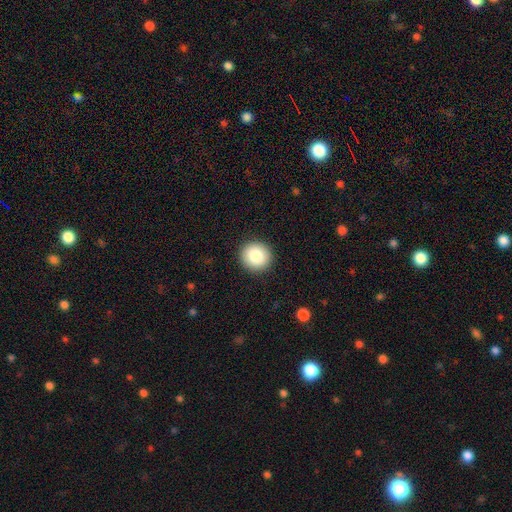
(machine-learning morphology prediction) Q: Smooth or featured?
A: smooth (84%); runner-up: star or artifact (9%)
Q: How rounded?
A: round (89%); runner-up: in between (10%)
Q: Merging?
A: none (92%); runner-up: minor disturbance (5%)